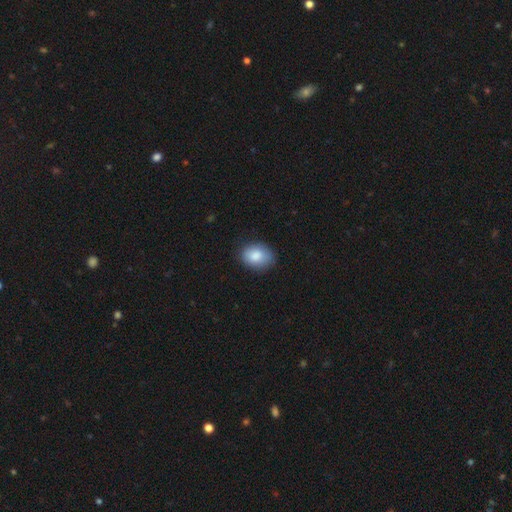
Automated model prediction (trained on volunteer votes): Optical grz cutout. It shows a smooth galaxy with no disk features (85%) that is in between round and cigar-shaped (72%). Merging: none (80%).